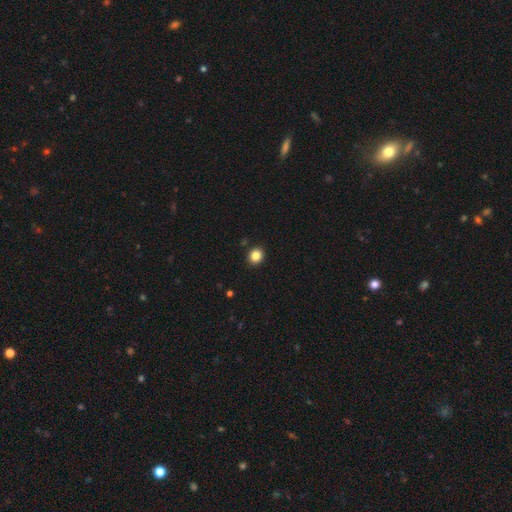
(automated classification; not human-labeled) Overall: smooth (85%). How rounded: round (80%). Merging: none (91%).